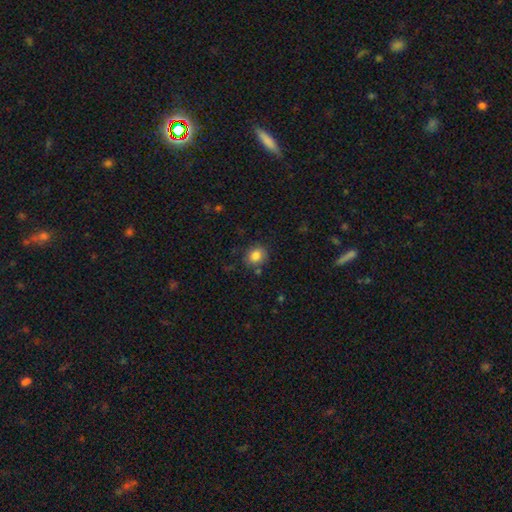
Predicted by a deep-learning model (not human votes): Smooth or featured? Predicted: smooth (p=0.83). How rounded? Predicted: round (p=0.74). Merging? Predicted: none (p=0.80).